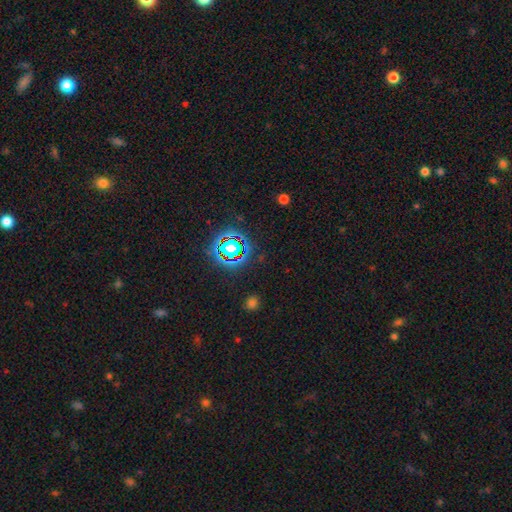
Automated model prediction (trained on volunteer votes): Overall: star or artifact (79%).